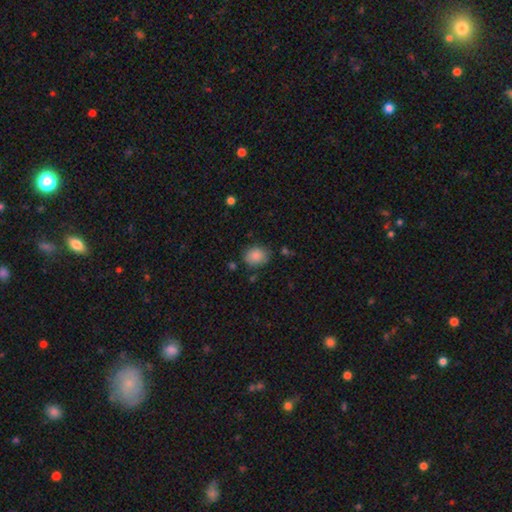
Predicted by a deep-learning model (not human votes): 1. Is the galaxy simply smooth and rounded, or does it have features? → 85% smooth, 8% star or artifact, 6% featured or disk.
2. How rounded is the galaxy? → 52% round, 47% in between, 1% cigar-shaped.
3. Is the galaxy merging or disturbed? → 77% none, 16% minor disturbance, 4% major disturbance, 3% merger.